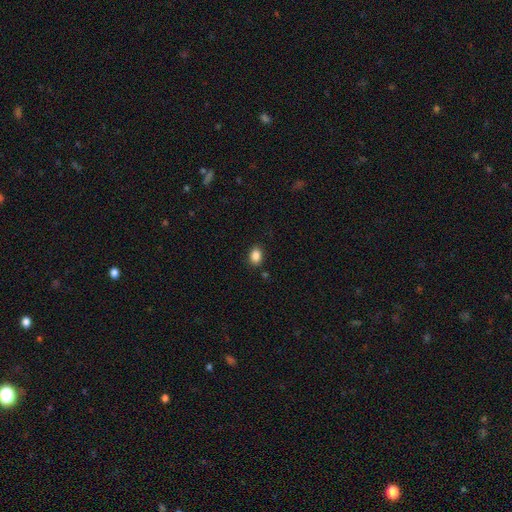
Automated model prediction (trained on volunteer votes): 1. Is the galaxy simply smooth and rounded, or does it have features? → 87% smooth, 9% star or artifact, 4% featured or disk.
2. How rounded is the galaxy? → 74% in between, 25% round, 1% cigar-shaped.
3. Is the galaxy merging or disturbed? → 86% none, 9% minor disturbance, 2% major disturbance, 2% merger.